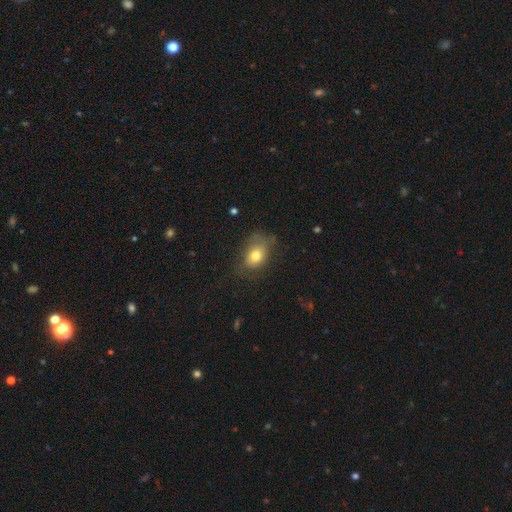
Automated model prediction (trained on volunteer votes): Overall: smooth (74%). How rounded: in between (74%). Merging: none (56%; minor disturbance 27%).